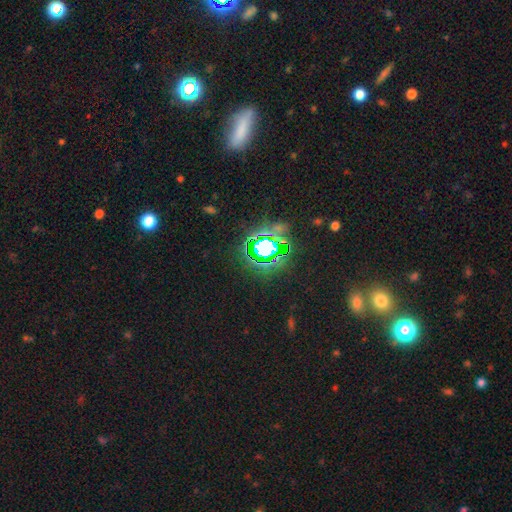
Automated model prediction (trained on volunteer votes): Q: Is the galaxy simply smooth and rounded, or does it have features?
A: star or artifact — 77%.